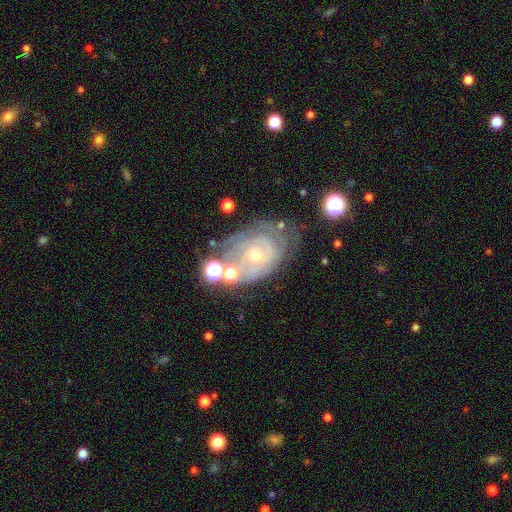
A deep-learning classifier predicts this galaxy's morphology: This appears to be a featured or disk galaxy (76%) with no bar (76%), tight (73%) spiral arms (83%) and a small central bulge (67%). Merging: none (52%).